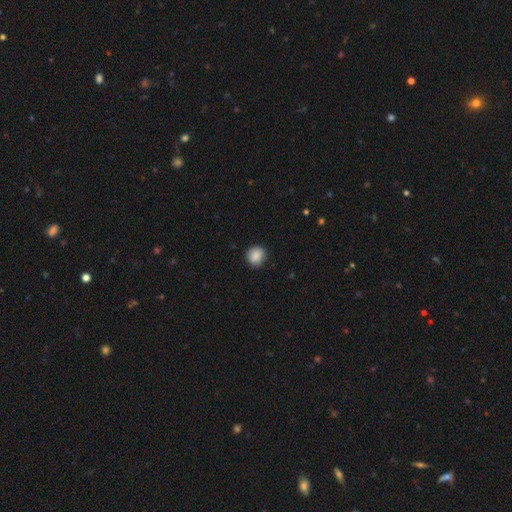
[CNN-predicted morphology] Overall: smooth (88%). How rounded: round (86%). Merging: none (87%).